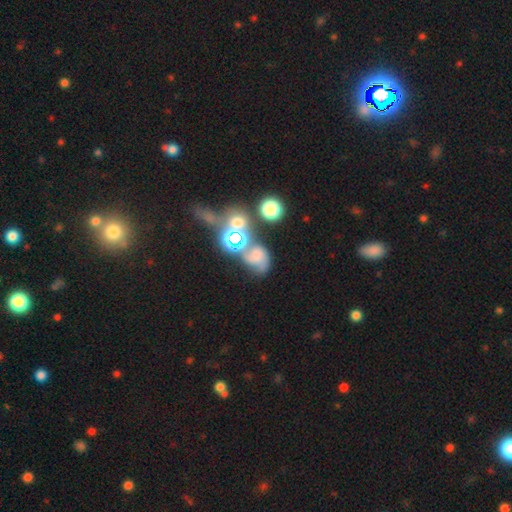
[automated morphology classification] featured or disk 37% (tied), smooth 37% (tied), star or artifact 26%. Down the decision tree: merging — merger (30%).